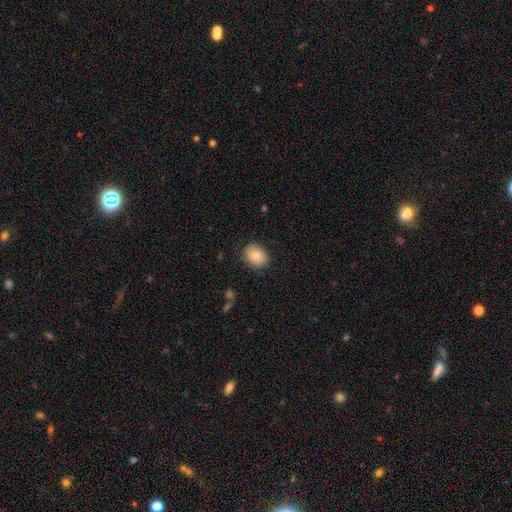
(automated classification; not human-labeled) The model was most divided on "how rounded": in between: 60%, round: 39%, cigar-shaped: 1%. More confident: smooth or featured — smooth (87%); merging — none (82%).